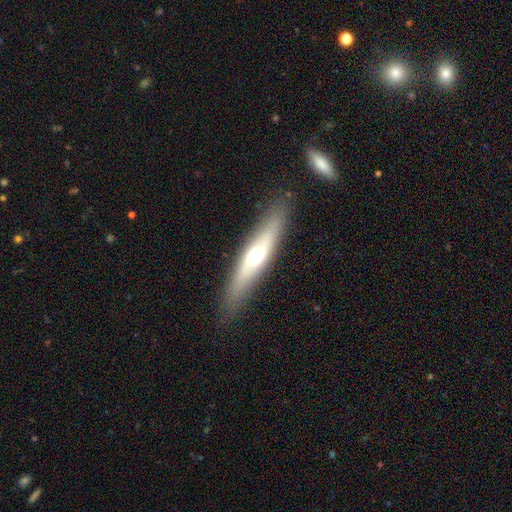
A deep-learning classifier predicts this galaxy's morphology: Smooth or featured? Predicted: featured or disk (p=0.52). Edge-on disk? Predicted: yes (p=0.72). Merging? Predicted: none (p=0.85).